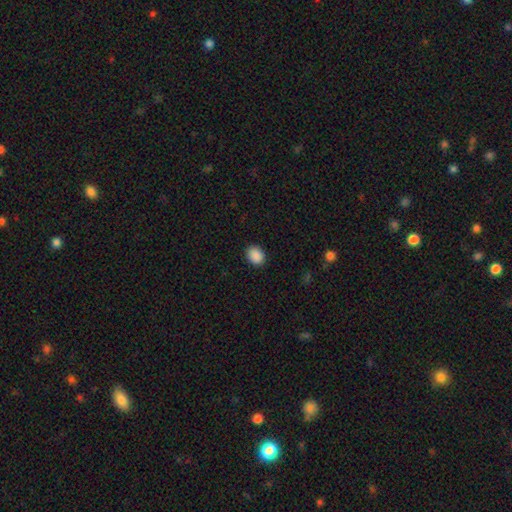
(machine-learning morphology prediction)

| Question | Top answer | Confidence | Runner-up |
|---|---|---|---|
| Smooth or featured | smooth | 89% | star or artifact (8%) |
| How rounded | in between | 50% | round (49%) |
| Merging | none | 89% | minor disturbance (8%) |